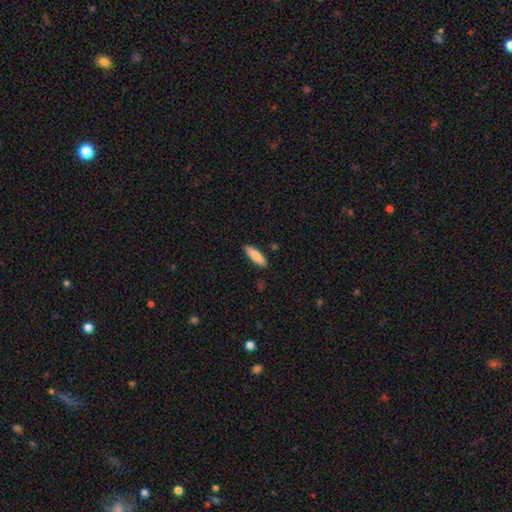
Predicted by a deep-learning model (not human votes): smooth_or_featured: smooth (p=0.87) [alt: featured or disk p=0.07]
how_rounded: in between (p=0.52) [alt: cigar-shaped p=0.47]
merging: none (p=0.88) [alt: minor disturbance p=0.08]